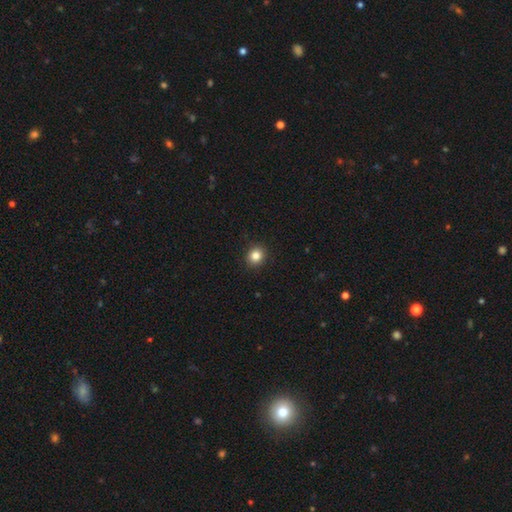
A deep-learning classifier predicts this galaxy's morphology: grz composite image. It shows a smooth galaxy with no disk features (84%) that is round (78%). Merging: none (91%).